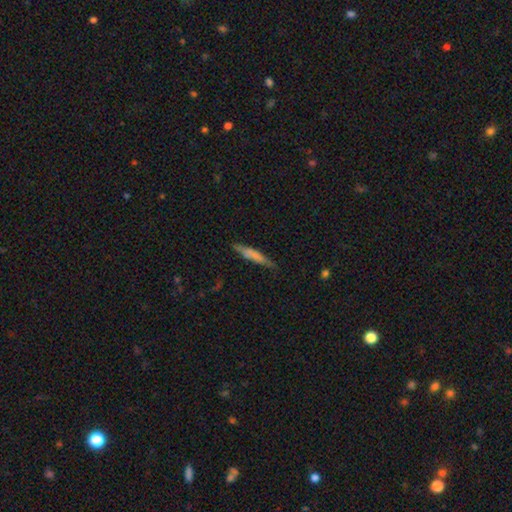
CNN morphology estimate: Q: Smooth or featured?
A: smooth (64%); runner-up: featured or disk (29%)
Q: How rounded?
A: cigar-shaped (90%); runner-up: in between (9%)
Q: Merging?
A: none (74%); runner-up: minor disturbance (19%)